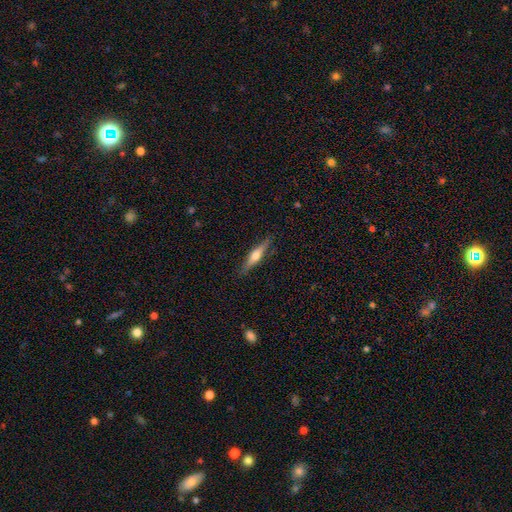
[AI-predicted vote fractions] The model was most divided on "smooth or featured": featured or disk: 58%, smooth: 36%, star or artifact: 6%. More confident: edge-on disk — yes (96%); edge-on bulge — rounded (90%); merging — none (88%).